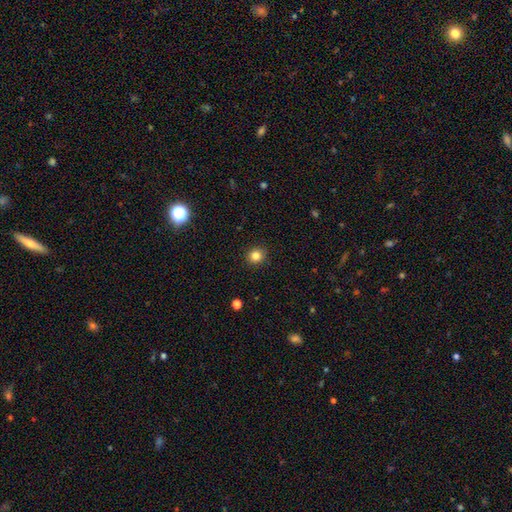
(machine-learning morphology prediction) smooth_or_featured: smooth (p=0.83) [alt: star or artifact p=0.12]
how_rounded: round (p=0.84) [alt: in between p=0.15]
merging: none (p=0.91) [alt: minor disturbance p=0.06]